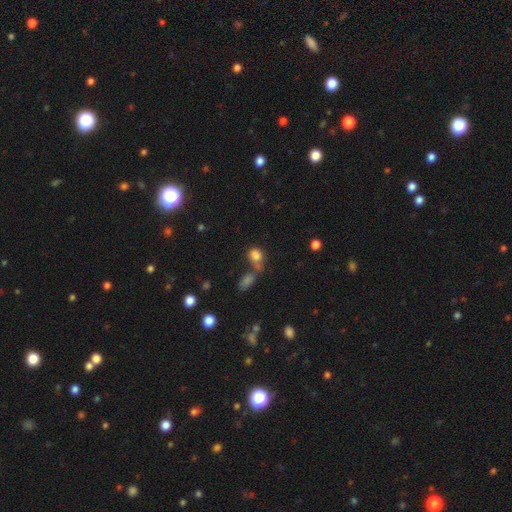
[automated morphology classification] A smooth galaxy with no disk features (79%) that is in between round and cigar-shaped (60%). Merging: merger (40%).